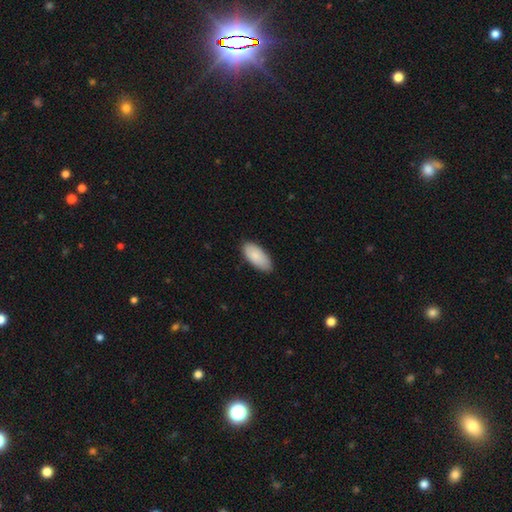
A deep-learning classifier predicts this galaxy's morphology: smooth_or_featured: smooth (p=0.87) [alt: featured or disk p=0.08]
how_rounded: in between (p=0.92) [alt: cigar-shaped p=0.07]
merging: none (p=0.82) [alt: minor disturbance p=0.15]